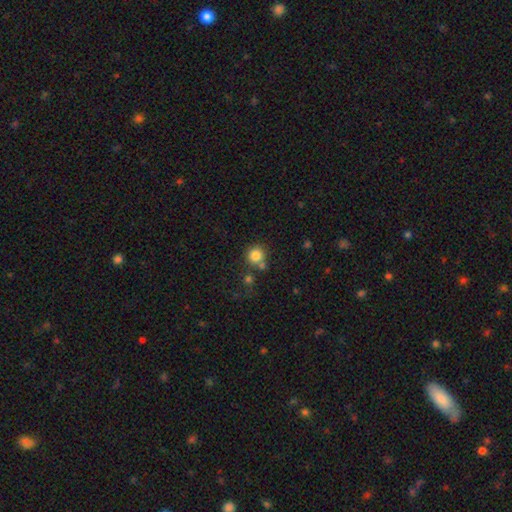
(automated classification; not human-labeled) This is clearly a smooth galaxy (82%). How rounded: clearly round (91%). Merging: likely none (65%).